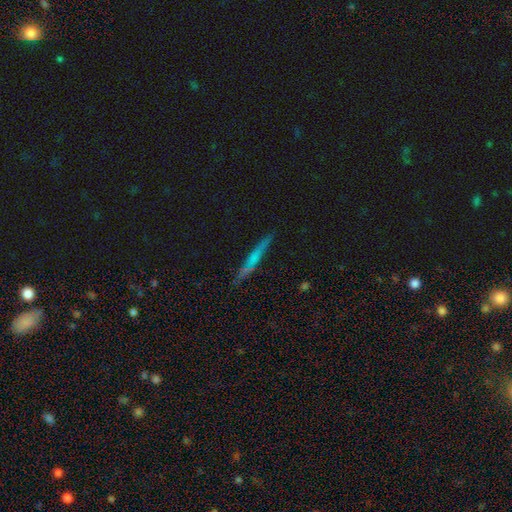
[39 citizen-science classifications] Q: Smooth or featured?
A: featured or disk (82%); runner-up: smooth (13%)
Q: Edge-on disk?
A: yes (100%)
Q: Edge-on bulge?
A: none (44%); tied with: rounded (44%)
Q: Merging?
A: none (95%); runner-up: minor disturbance (5%)